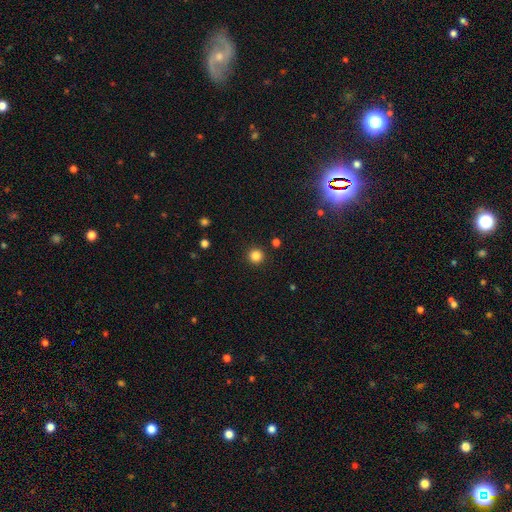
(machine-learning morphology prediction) Q: Smooth or featured?
A: smooth (84%); runner-up: star or artifact (12%)
Q: How rounded?
A: round (96%); runner-up: in between (3%)
Q: Merging?
A: none (92%); runner-up: minor disturbance (5%)